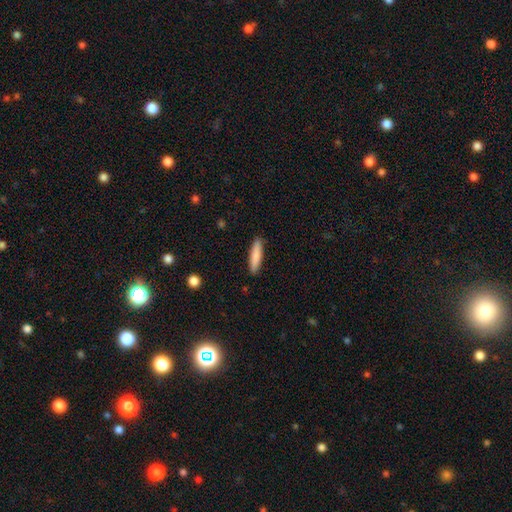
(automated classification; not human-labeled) This is clearly a smooth galaxy (83%). How rounded: clearly cigar-shaped (83%). Merging: clearly none (90%).